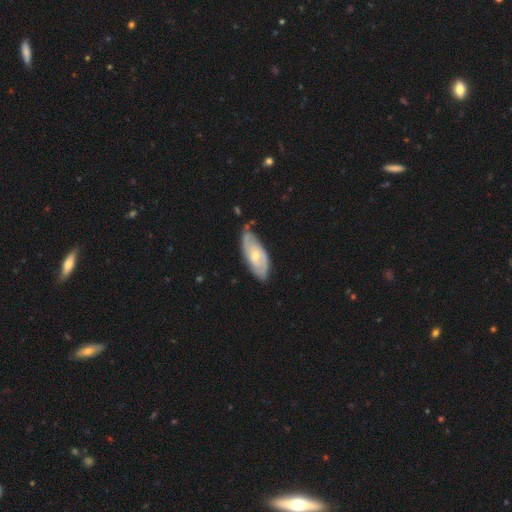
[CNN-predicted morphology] type=featured or disk (69%); edge-on=no (89%); bar=no (57%); spiral arms=yes (84%); winding=tight (58%); arm count=2 (52%); bulge=moderate (53%); merging=none (65%).